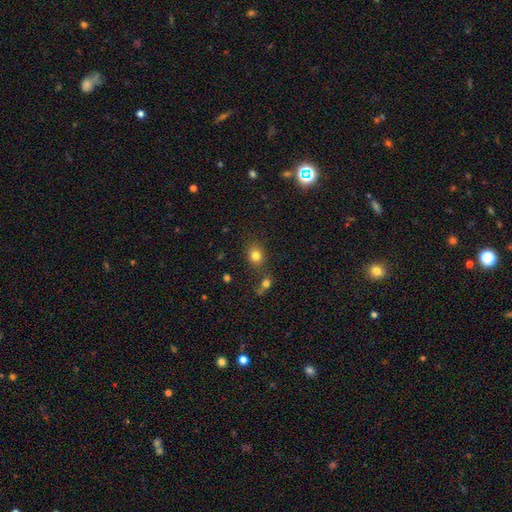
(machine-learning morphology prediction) smooth_or_featured: smooth (p=0.79) [alt: star or artifact p=0.13]
how_rounded: round (p=0.57) [alt: in between p=0.42]
merging: none (p=0.73) [alt: merger p=0.12]